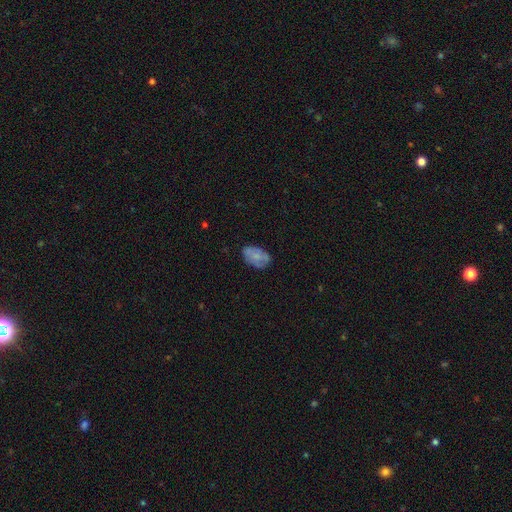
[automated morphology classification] This appears to be a smooth galaxy with no disk features (64%) that is in between round and cigar-shaped (90%). Merging: none (71%).